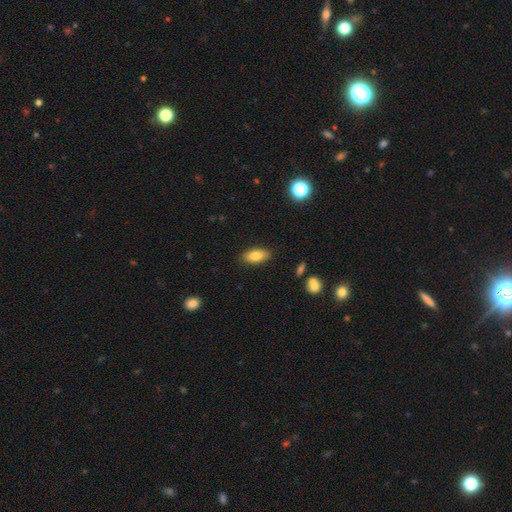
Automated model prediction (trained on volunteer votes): Morphology: type=smooth (81%); roundness=in between (86%); merging=none (86%).